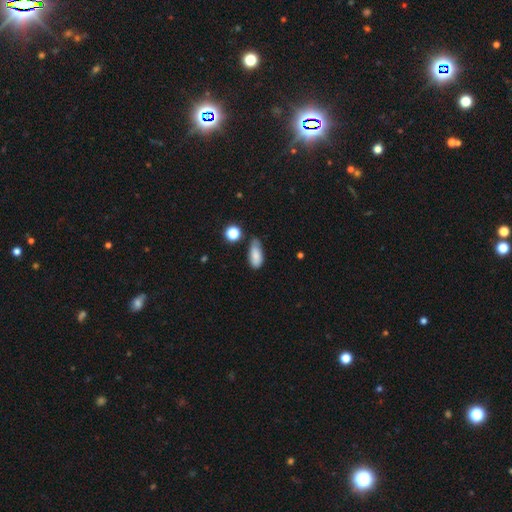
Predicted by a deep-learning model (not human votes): Smooth or featured? smooth (79%)
How rounded? in between (85%)
Merging? none (49%)